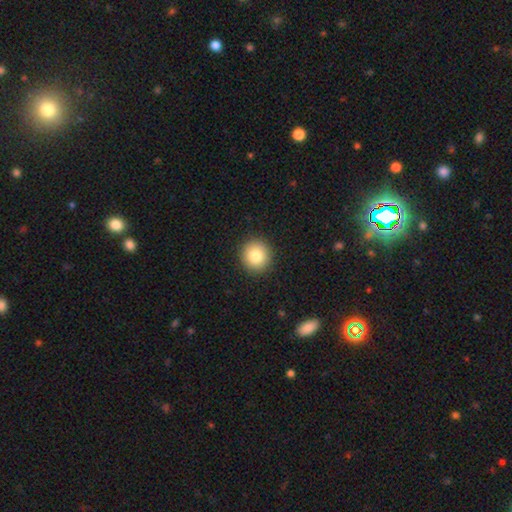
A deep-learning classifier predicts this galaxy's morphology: A smooth galaxy with no disk features (83%) that is round (92%).

Vote fractions:
- Smooth or featured? smooth: 83% / star or artifact: 10% / featured or disk: 8%
- How rounded? round: 92% / in between: 7% / cigar-shaped: 1%
- Merging? none: 92% / minor disturbance: 5% / major disturbance: 2% / merger: 1%